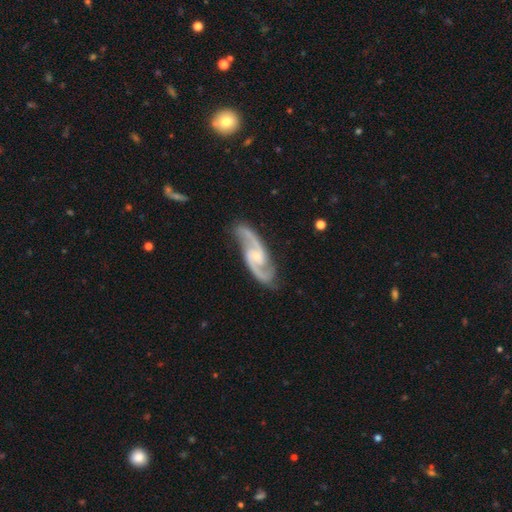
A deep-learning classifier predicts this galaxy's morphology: Smooth or featured: featured or disk — 92% (star or artifact — 4%)
Edge-on disk: no — 96% (yes — 4%)
Bar: weak — 45% (no — 43%)
Spiral arms: yes — 98% (no — 2%)
Spiral winding: medium — 57% (loose — 27%)
Spiral arm count: 2 — 94% (can't tell — 2%)
Bulge size: small — 60% (moderate — 28%)
Merging: none — 80% (minor disturbance — 14%)